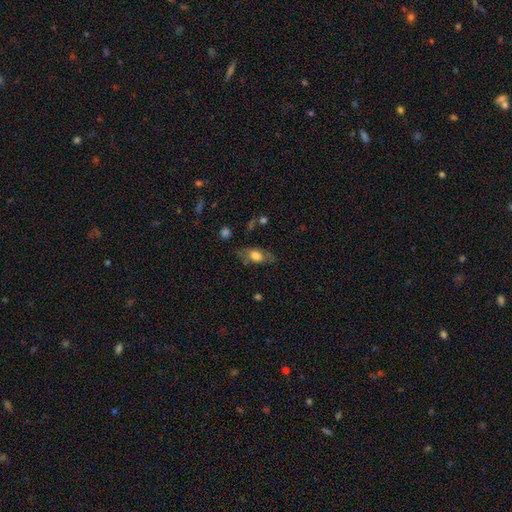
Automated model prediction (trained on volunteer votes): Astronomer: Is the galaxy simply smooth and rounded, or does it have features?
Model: smooth — 62%.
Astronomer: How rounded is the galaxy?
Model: in between — 84%.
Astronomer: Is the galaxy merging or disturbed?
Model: none — 70%.